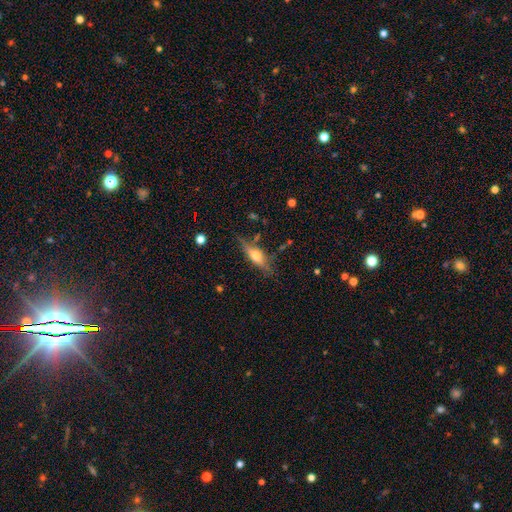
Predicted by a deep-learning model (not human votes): Overall: featured or disk (50%; smooth 42%). Merging: none (70%).